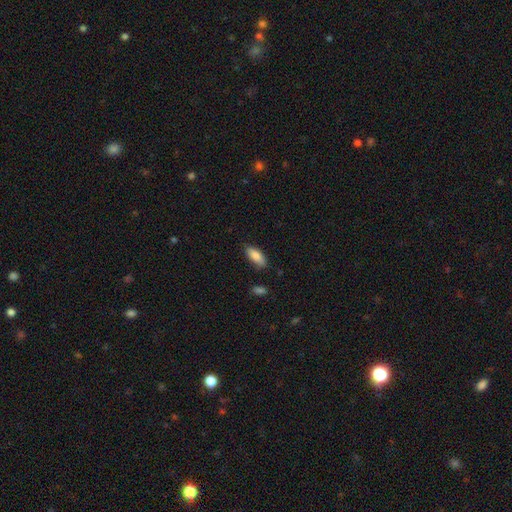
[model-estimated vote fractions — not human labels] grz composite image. It shows a smooth galaxy with no disk features (86%) that is in between round and cigar-shaped (80%). Merging: none (78%).